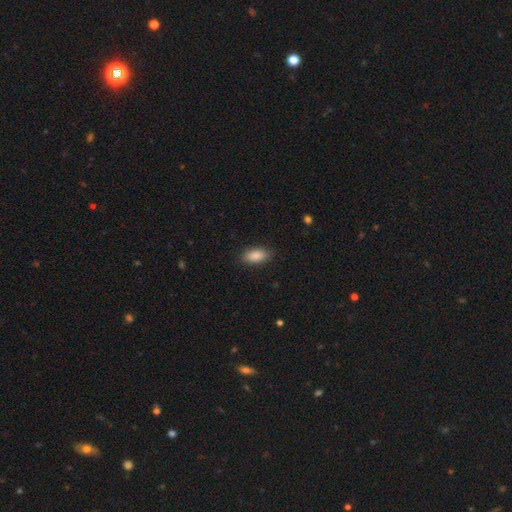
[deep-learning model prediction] Smooth or featured: smooth — 88% (star or artifact — 7%)
How rounded: in between — 90% (cigar-shaped — 7%)
Merging: none — 86% (minor disturbance — 10%)